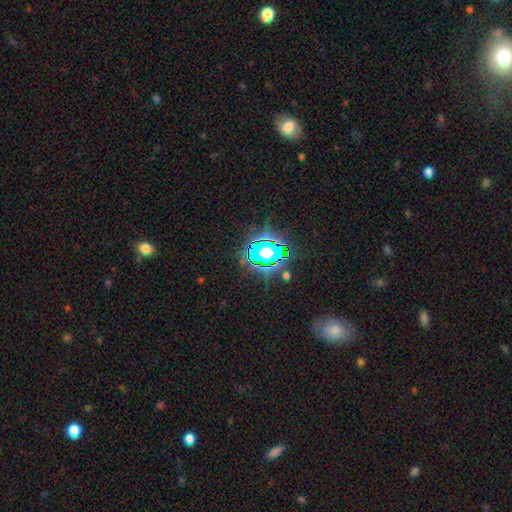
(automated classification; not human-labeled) Smooth or featured? star or artifact (78%)